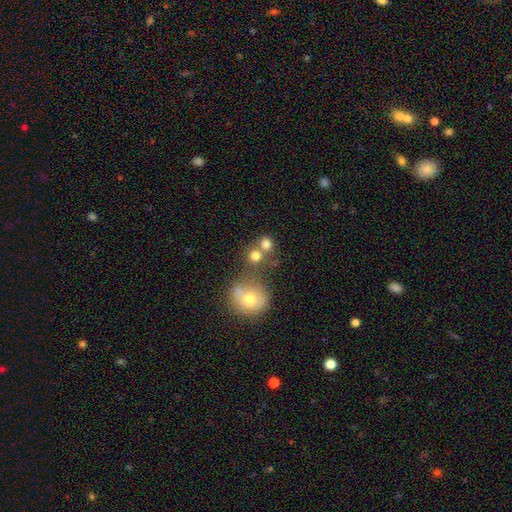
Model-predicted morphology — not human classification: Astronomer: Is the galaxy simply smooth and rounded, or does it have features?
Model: smooth — 76%.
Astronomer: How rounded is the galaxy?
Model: round — 86%.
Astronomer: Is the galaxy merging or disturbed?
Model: none — 54% (runner-up: merger, 33%).